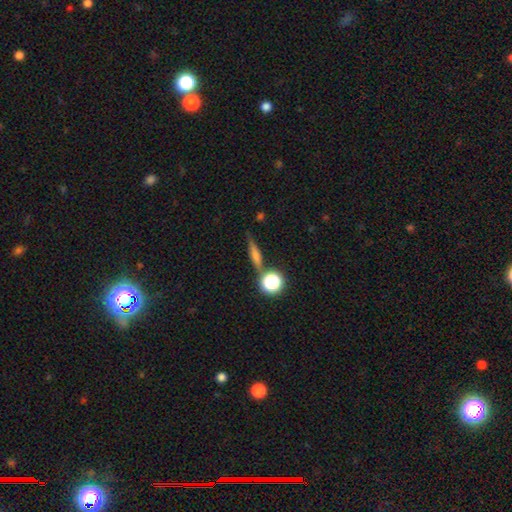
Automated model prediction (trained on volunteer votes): Smooth or featured? featured or disk (43%)
Merging? none (79%)